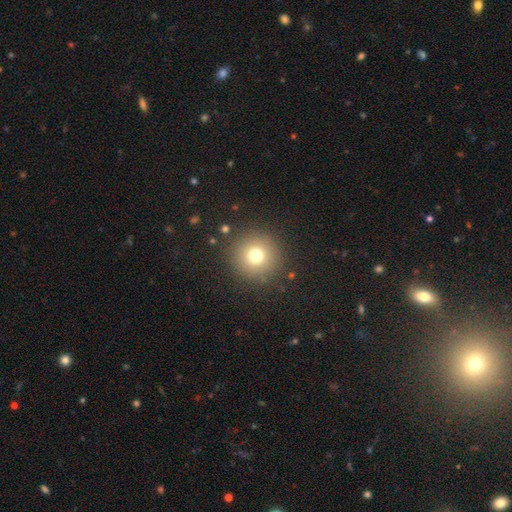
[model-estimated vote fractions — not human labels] Morphology: type=smooth (75%); roundness=round (96%); merging=none (89%).